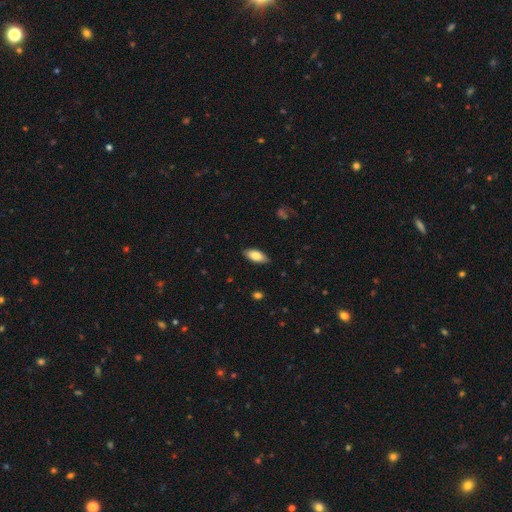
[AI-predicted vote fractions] smooth-or-featured: smooth: 81% | featured or disk: 12% | star or artifact: 6%
  how-rounded: in between: 86% | cigar-shaped: 12% | round: 2%
  merging: none: 86% | minor disturbance: 11% | major disturbance: 2% | merger: 1%